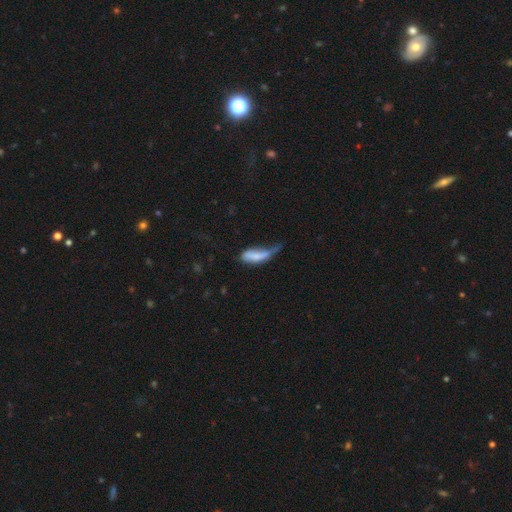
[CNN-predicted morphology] A smooth galaxy with no disk features (66%) that is in between round and cigar-shaped (62%). Merging: major disturbance (43%).